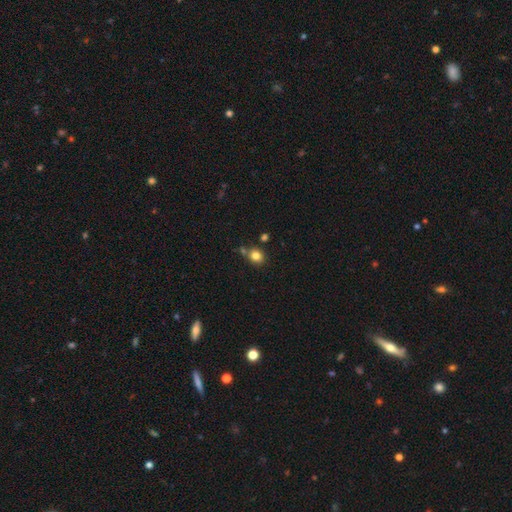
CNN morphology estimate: This appears to be a smooth galaxy with no disk features (81%) that is round (78%). Merging: none (71%).